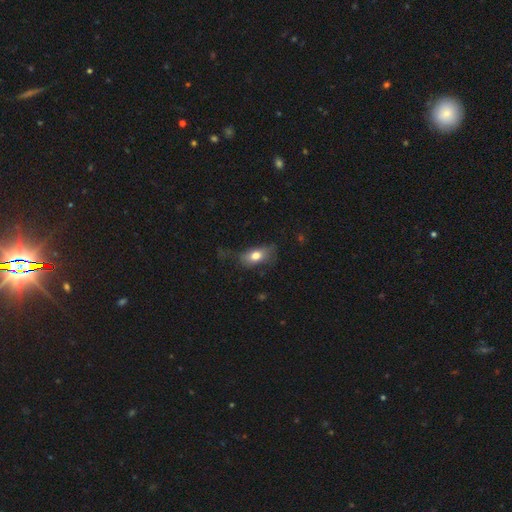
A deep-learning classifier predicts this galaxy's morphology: Smooth or featured? smooth (74%)
How rounded? in between (84%)
Merging? none (52%)